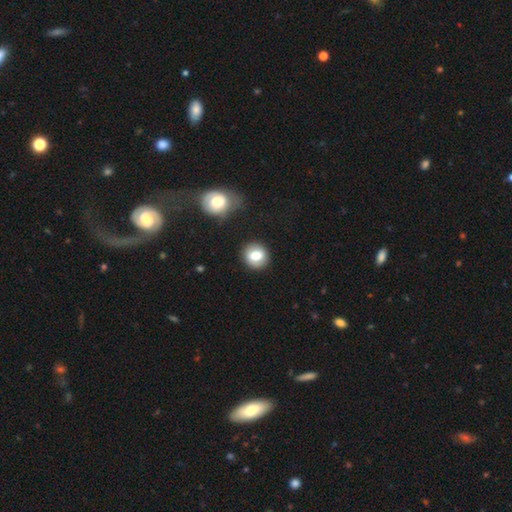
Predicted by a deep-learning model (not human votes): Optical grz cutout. It shows a smooth galaxy with no disk features (74%) that is round (81%). Merging: none (87%).